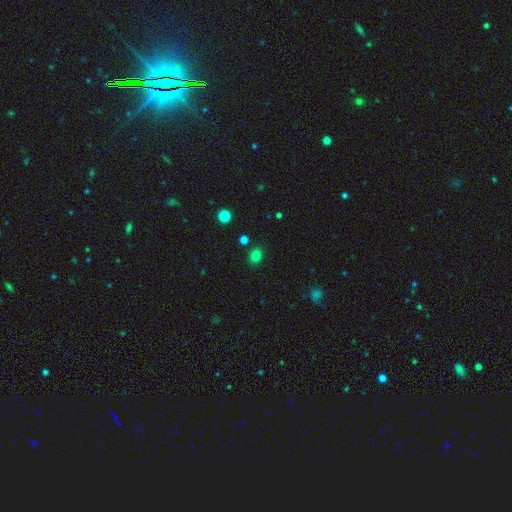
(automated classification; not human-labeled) Overall: smooth (79%). How rounded: round (67%; in between 32%). Merging: none (85%).